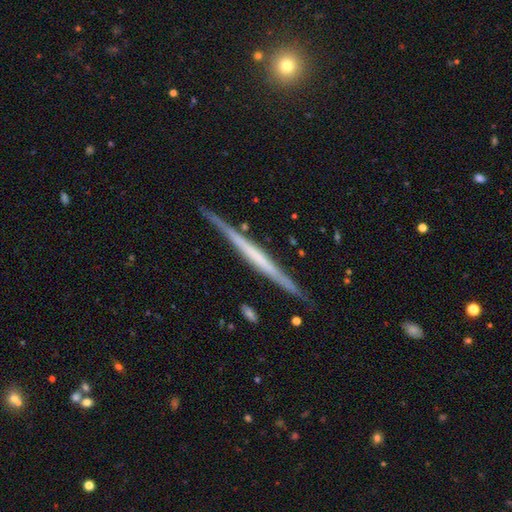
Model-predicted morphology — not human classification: smooth-or-featured: featured or disk: 71% | smooth: 24% | star or artifact: 6%
  disk-edge-on: yes: 98% | no: 2%
    edge-on-bulge: none: 75% | boxy: 12% | rounded: 12%
  merging: none: 89% | minor disturbance: 8% | major disturbance: 2% | merger: 2%